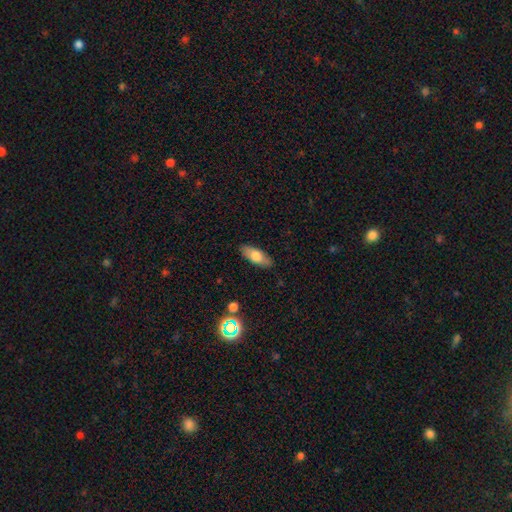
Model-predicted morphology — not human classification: This is likely a smooth galaxy (71%). How rounded: likely in between (76%). Merging: clearly none (87%).